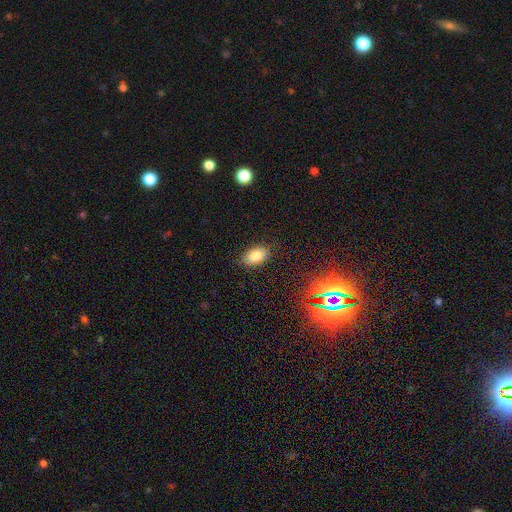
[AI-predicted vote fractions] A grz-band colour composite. It shows a smooth galaxy with no disk features (83%) that is in between round and cigar-shaped (91%). Merging: none (84%).